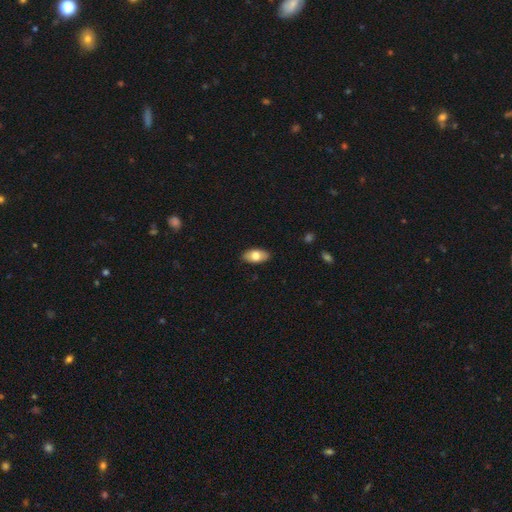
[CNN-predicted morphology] A smooth galaxy with no disk features (74%) that is in between round and cigar-shaped (93%). Merging: none (88%).